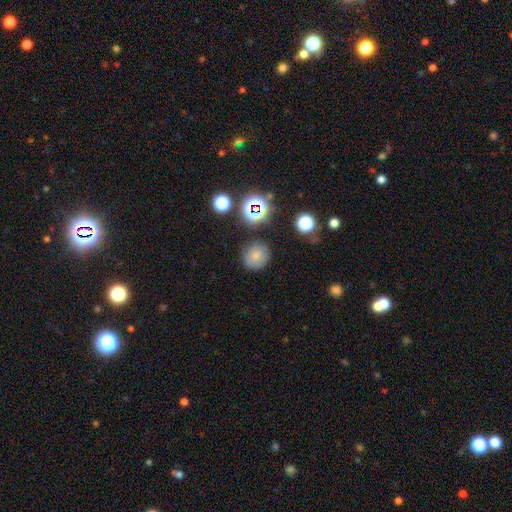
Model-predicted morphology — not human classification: Q: Smooth or featured?
A: smooth (69%); runner-up: star or artifact (19%)
Q: How rounded?
A: round (85%); runner-up: in between (14%)
Q: Merging?
A: none (80%); runner-up: minor disturbance (13%)